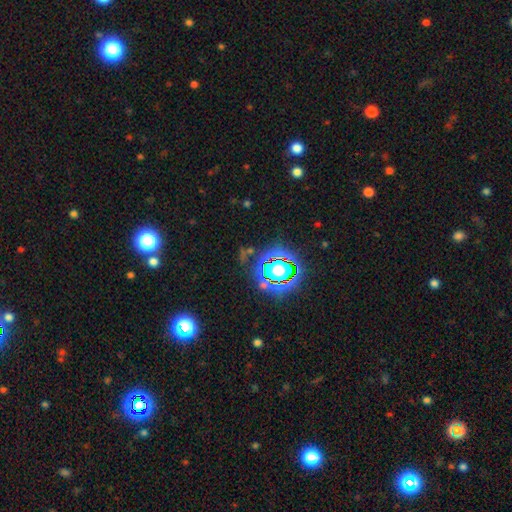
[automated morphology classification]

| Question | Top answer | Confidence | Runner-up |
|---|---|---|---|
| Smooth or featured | star or artifact | 82% | smooth (11%) |